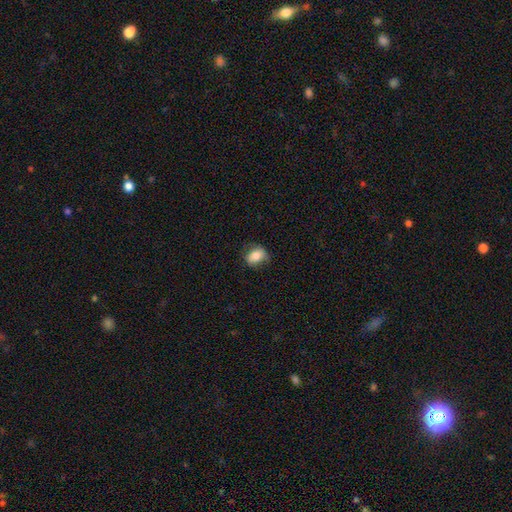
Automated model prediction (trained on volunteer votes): Smooth or featured? Predicted: smooth (p=0.81). How rounded? Predicted: in between (p=0.66). Merging? Predicted: none (p=0.70).